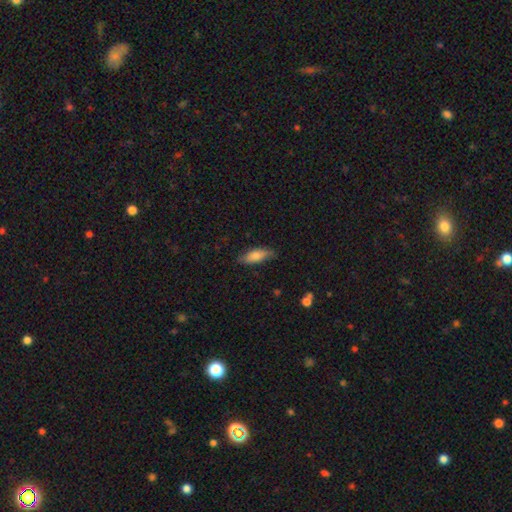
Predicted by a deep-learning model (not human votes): This is likely a smooth galaxy (76%). How rounded: likely in between (61%). Merging: likely none (79%).